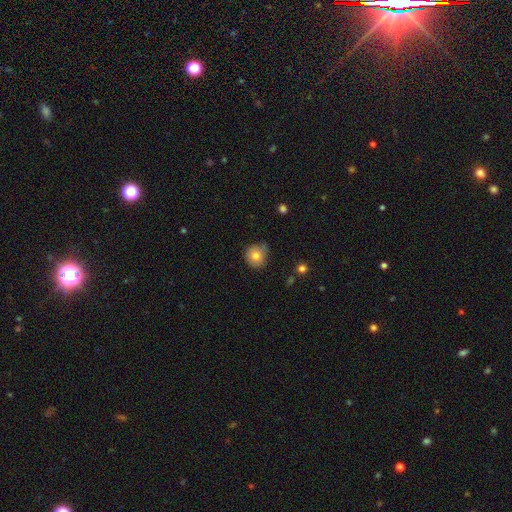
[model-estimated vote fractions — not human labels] Q: Smooth or featured?
A: smooth (80%); runner-up: featured or disk (10%)
Q: How rounded?
A: round (91%); runner-up: in between (8%)
Q: Merging?
A: none (72%); runner-up: minor disturbance (22%)